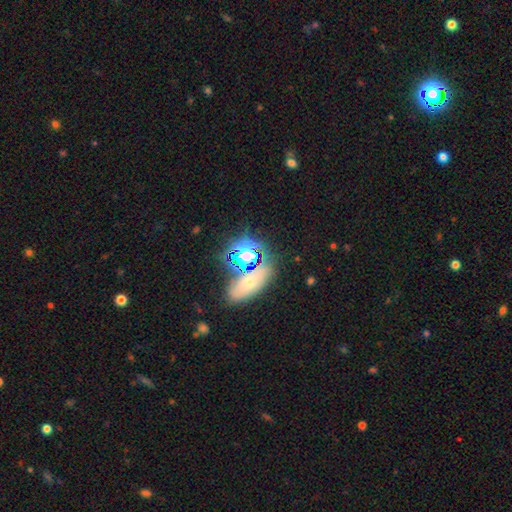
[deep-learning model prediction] Q: Smooth or featured?
A: star or artifact (52%); runner-up: smooth (35%)